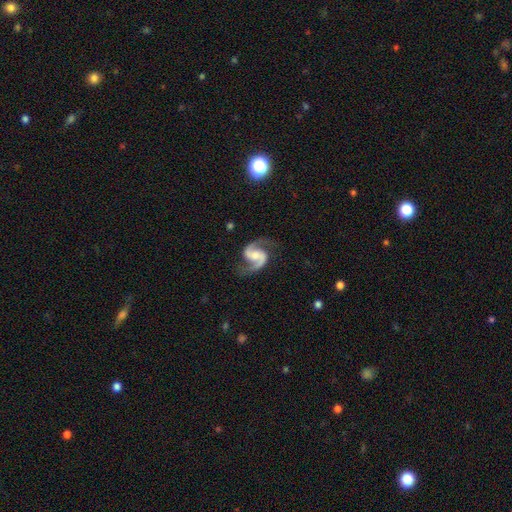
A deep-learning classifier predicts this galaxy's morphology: featured or disk 93%, star or artifact 4%, smooth 3%. Down the decision tree: edge-on disk — no (98%); bar — weak (42%); spiral arms — yes (98%); spiral arm count — 2 (94%); spiral winding — medium (60%); bulge size — moderate (41%); merging — none (80%).